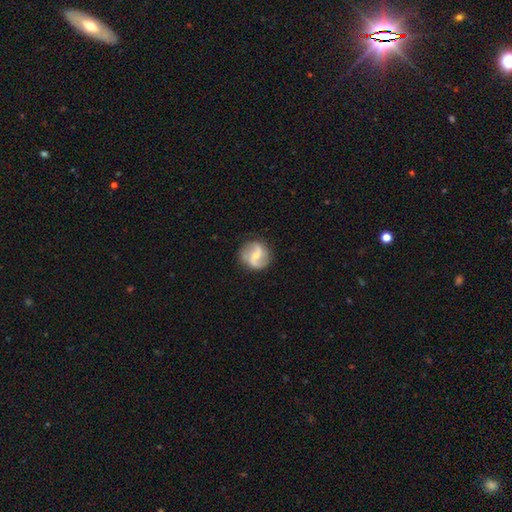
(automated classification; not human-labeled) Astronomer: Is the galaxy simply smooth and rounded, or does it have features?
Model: featured or disk — 76%.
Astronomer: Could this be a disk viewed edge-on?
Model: no — 98%.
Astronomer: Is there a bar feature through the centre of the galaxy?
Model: weak — 47% (runner-up: strong, 28%).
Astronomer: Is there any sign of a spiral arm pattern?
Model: yes — 93%.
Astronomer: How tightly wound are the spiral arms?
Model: loose — 52% (runner-up: medium, 36%).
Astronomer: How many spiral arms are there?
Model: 2 — 90%.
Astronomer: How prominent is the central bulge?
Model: small — 55% (runner-up: moderate, 38%).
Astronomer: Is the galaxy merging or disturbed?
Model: none — 82%.